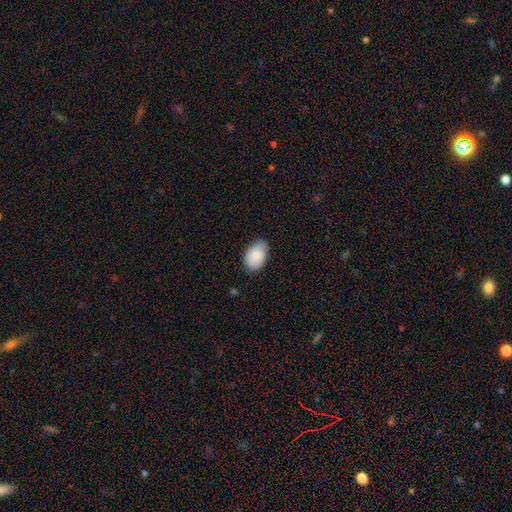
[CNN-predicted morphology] A smooth galaxy with no disk features (82%) that is in between round and cigar-shaped (88%).

Vote fractions:
- Smooth or featured? smooth: 82% / featured or disk: 11% / star or artifact: 6%
- How rounded? in between: 88% / round: 10% / cigar-shaped: 1%
- Merging? none: 68% / minor disturbance: 27% / major disturbance: 4% / merger: 1%